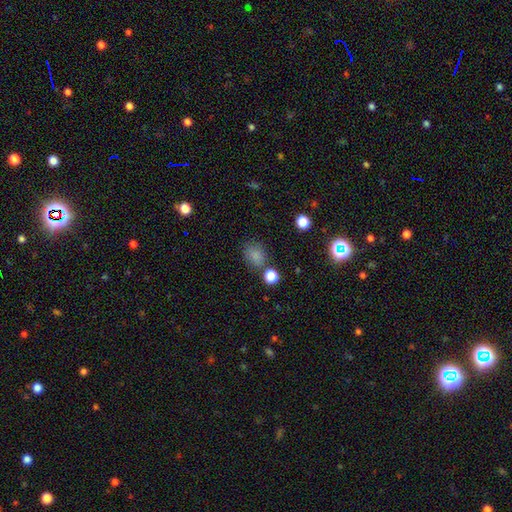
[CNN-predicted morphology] smooth 81%, star or artifact 14%, featured or disk 5%. Down the decision tree: how rounded — round (51%); merging — none (69%).